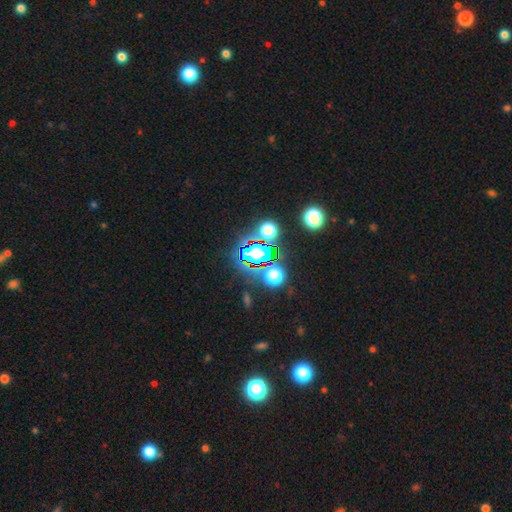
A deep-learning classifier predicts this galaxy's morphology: A star or artifact, not a galaxy (79%).

Vote fractions:
- Smooth or featured? star or artifact: 79% / smooth: 13% / featured or disk: 8%